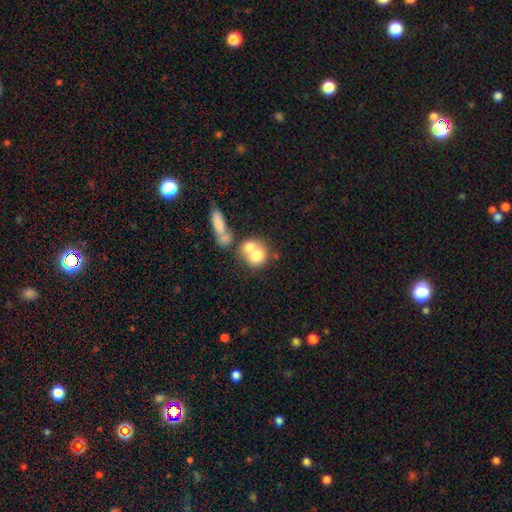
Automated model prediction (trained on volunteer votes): Q: Smooth or featured?
A: smooth (68%); runner-up: featured or disk (22%)
Q: How rounded?
A: round (70%); runner-up: in between (28%)
Q: Merging?
A: merger (62%); runner-up: none (25%)